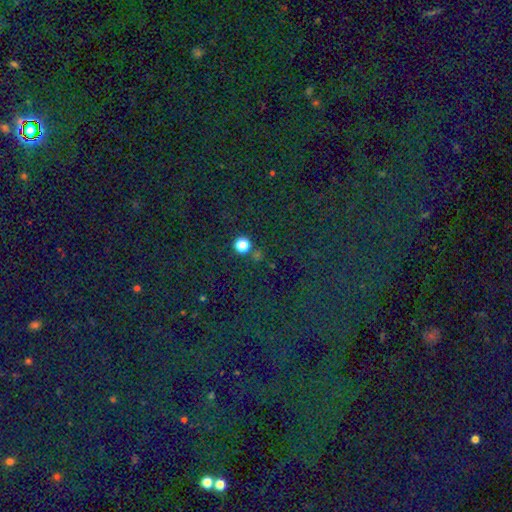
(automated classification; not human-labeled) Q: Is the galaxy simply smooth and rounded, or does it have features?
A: star or artifact — 75%.